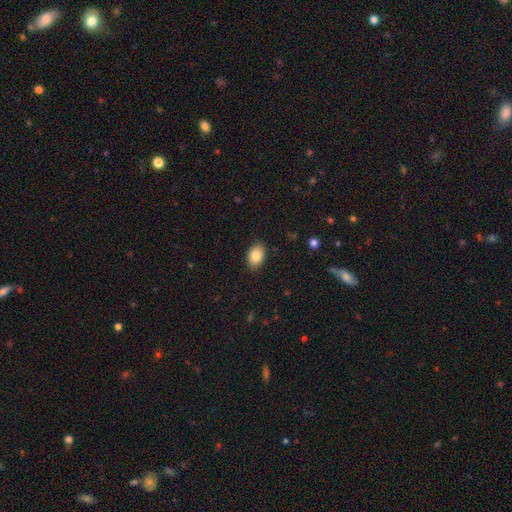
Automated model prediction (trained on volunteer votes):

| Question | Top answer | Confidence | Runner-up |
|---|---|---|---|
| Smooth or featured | smooth | 86% | star or artifact (8%) |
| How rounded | in between | 83% | round (16%) |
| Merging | none | 89% | minor disturbance (8%) |